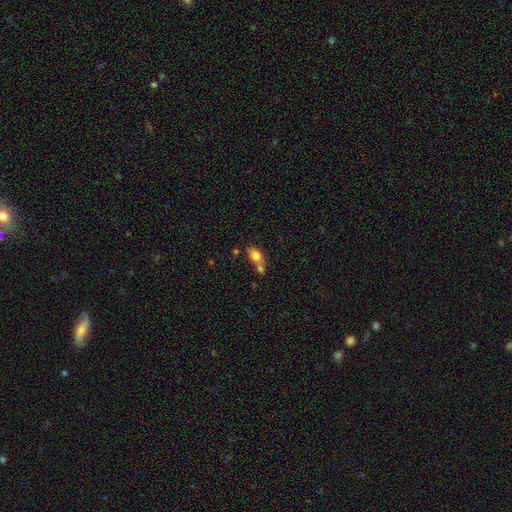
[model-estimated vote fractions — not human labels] This is likely a smooth galaxy (78%). How rounded: likely in between (76%). Merging: possibly merger (50%).